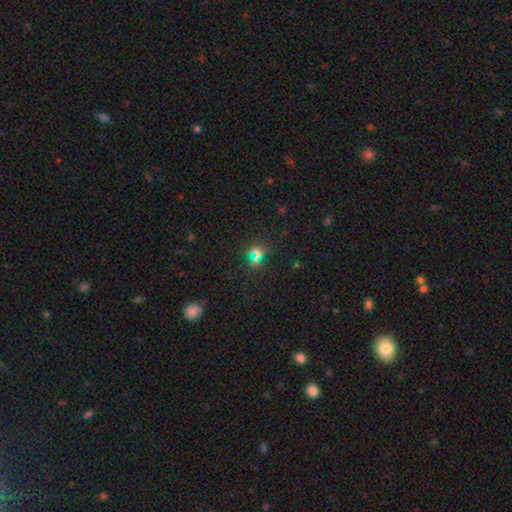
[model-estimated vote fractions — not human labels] star or artifact 61%, smooth 30%, featured or disk 10%.